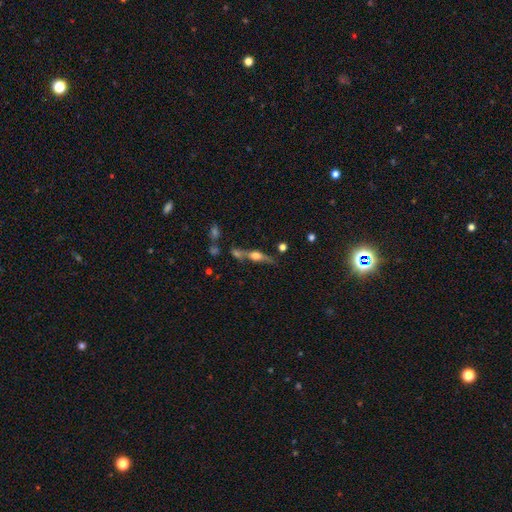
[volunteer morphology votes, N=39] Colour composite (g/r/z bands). It shows a featured or disk galaxy (46%) viewed edge-on (94%) with a rounded central bulge (94%). Merging: merger (43%).